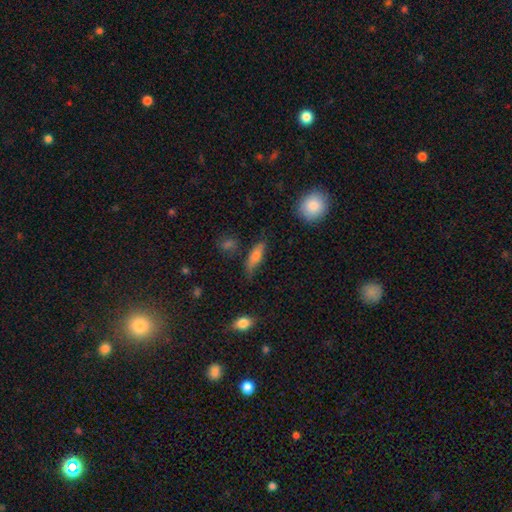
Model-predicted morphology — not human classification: A smooth galaxy with no disk features (70%) that is cigar-shaped (54%). Merging: none (65%).